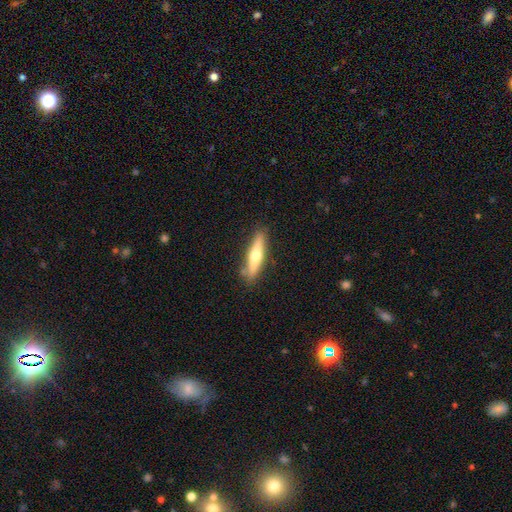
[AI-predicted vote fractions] This appears to be a featured or disk galaxy (49%). Merging: none (86%).